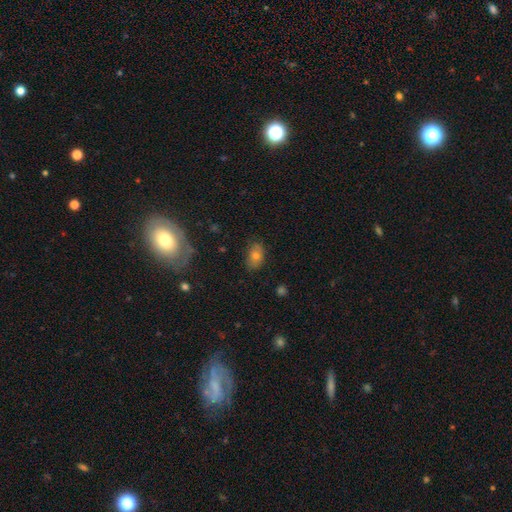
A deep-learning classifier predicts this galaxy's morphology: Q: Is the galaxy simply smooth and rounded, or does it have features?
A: smooth — 67%.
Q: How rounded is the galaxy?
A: in between — 79%.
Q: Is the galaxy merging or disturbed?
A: none — 77%.